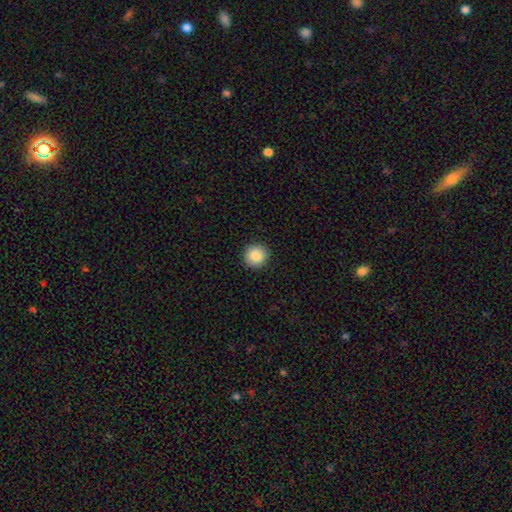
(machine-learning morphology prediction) This appears to be a smooth galaxy with no disk features (87%) that is round (92%). Merging: none (92%).